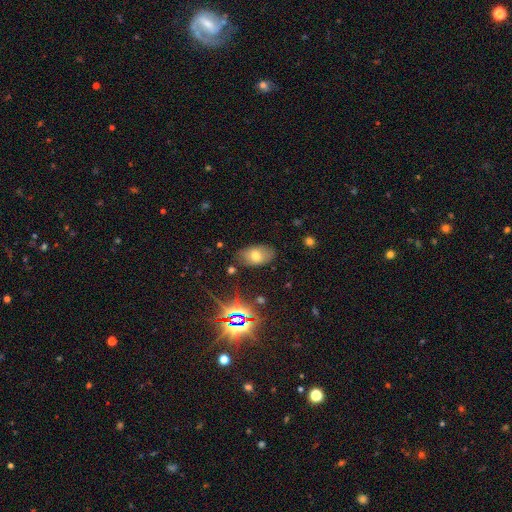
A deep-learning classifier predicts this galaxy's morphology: A smooth galaxy with no disk features (65%) that is in between round and cigar-shaped (91%).

Vote fractions:
- Smooth or featured? smooth: 65% / featured or disk: 19% / star or artifact: 16%
- How rounded? in between: 91% / round: 8% / cigar-shaped: 2%
- Merging? none: 79% / minor disturbance: 15% / major disturbance: 4% / merger: 2%